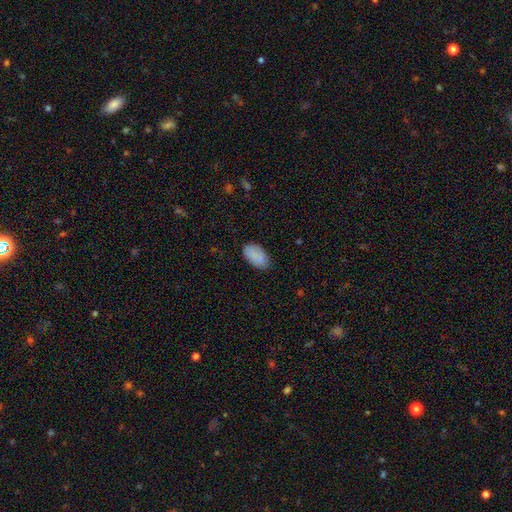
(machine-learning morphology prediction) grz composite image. It shows a smooth galaxy with no disk features (87%) that is in between round and cigar-shaped (95%). Merging: none (80%).